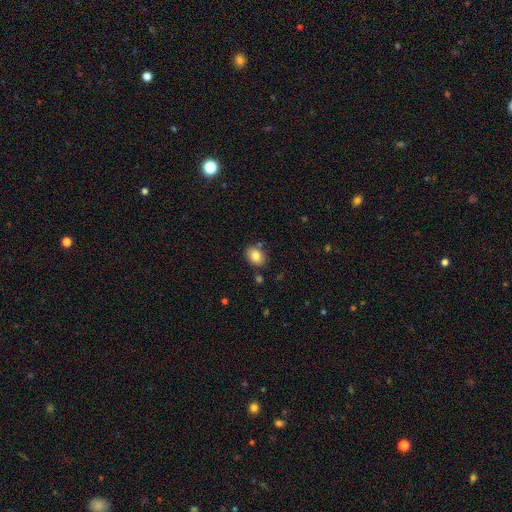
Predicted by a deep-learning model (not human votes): smooth_or_featured: smooth (p=0.83) [alt: star or artifact p=0.09]
how_rounded: in between (p=0.64) [alt: round p=0.35]
merging: none (p=0.79) [alt: minor disturbance p=0.13]